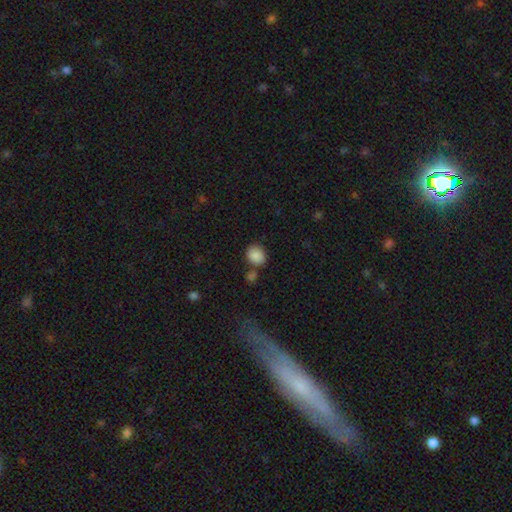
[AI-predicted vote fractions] Smooth or featured?
  - smooth: 87% *
  - star or artifact: 9%
  - featured or disk: 4%
How rounded?
  - round: 61% *
  - in between: 38%
  - cigar-shaped: 1%
Merging?
  - none: 69% *
  - merger: 14%
  - minor disturbance: 13%
  - major disturbance: 4%